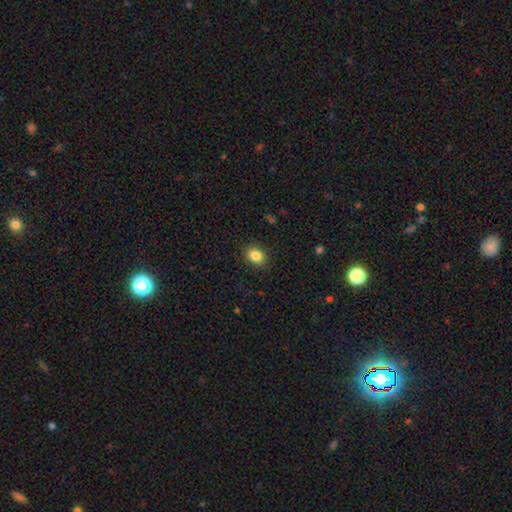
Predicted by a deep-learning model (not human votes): A smooth galaxy with no disk features (85%) that is in between round and cigar-shaped (59%).

Vote fractions:
- Smooth or featured? smooth: 85% / star or artifact: 10% / featured or disk: 5%
- How rounded? in between: 59% / round: 40% / cigar-shaped: 1%
- Merging? none: 89% / minor disturbance: 8% / major disturbance: 2% / merger: 1%